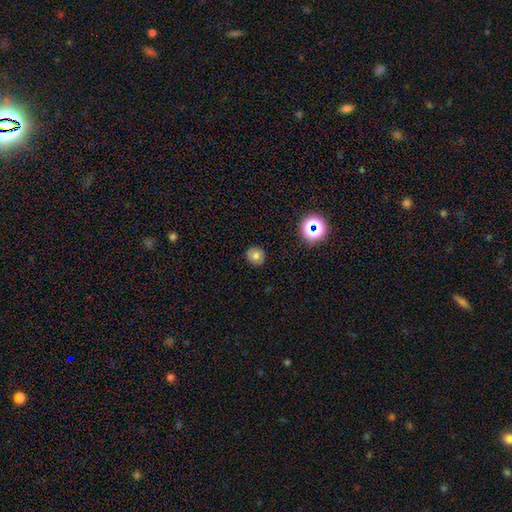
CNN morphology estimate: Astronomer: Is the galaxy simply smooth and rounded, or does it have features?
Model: smooth — 75%.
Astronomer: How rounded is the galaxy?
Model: round — 87%.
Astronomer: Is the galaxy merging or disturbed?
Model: none — 88%.